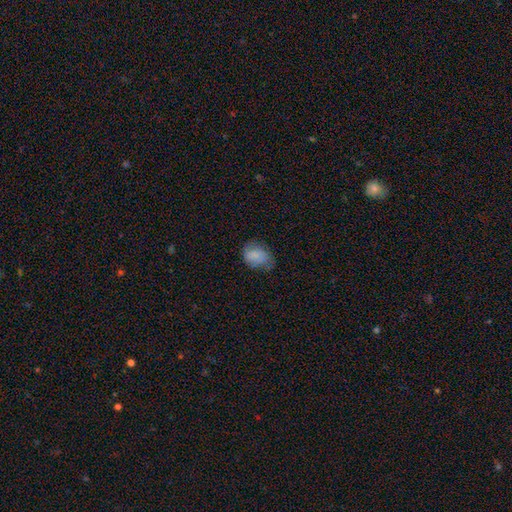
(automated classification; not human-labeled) Q: Smooth or featured?
A: smooth (79%); runner-up: featured or disk (13%)
Q: How rounded?
A: in between (69%); runner-up: round (30%)
Q: Merging?
A: none (54%); runner-up: minor disturbance (33%)